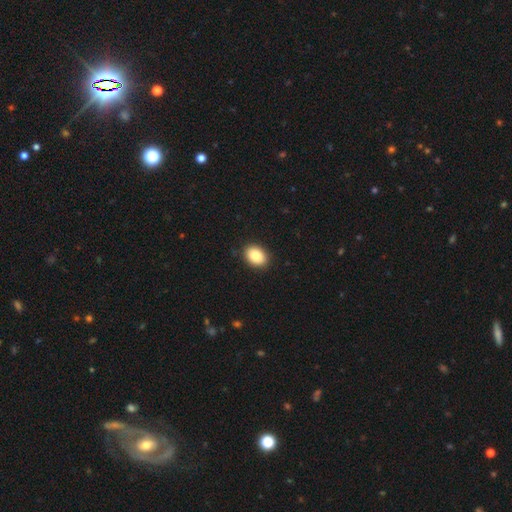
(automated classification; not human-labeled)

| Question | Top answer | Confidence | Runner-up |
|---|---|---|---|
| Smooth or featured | smooth | 86% | star or artifact (8%) |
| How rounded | in between | 76% | round (23%) |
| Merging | none | 90% | minor disturbance (7%) |